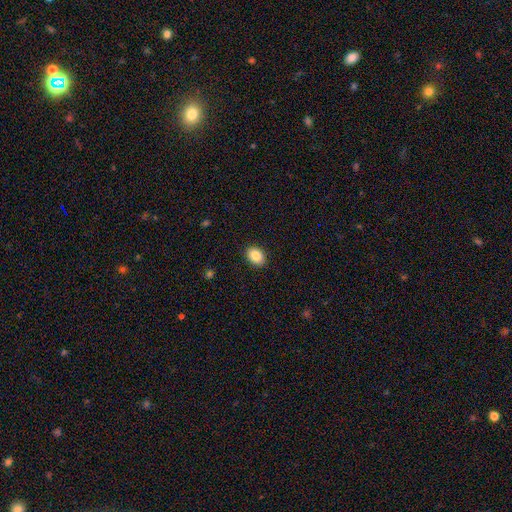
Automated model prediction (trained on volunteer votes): Morphology: type=smooth (87%); roundness=in between (77%); merging=none (90%).